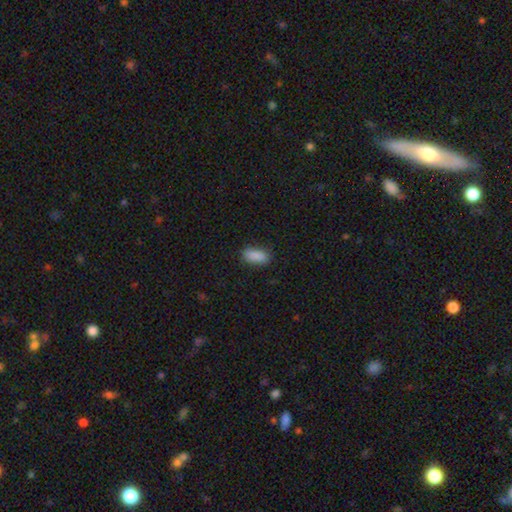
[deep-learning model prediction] smooth_or_featured: smooth (p=0.89) [alt: star or artifact p=0.08]
how_rounded: in between (p=0.87) [alt: cigar-shaped p=0.11]
merging: none (p=0.83) [alt: minor disturbance p=0.13]